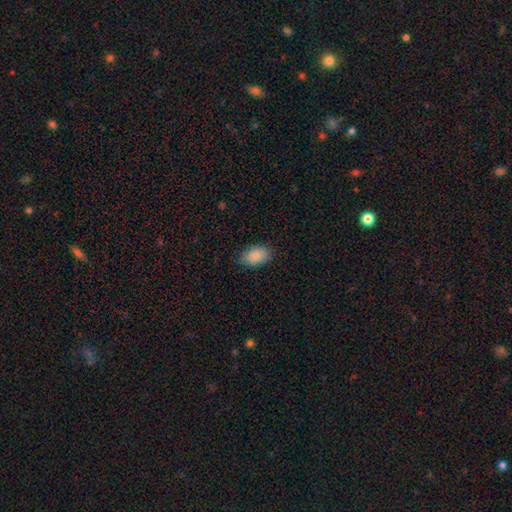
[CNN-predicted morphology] Overall: smooth (86%). How rounded: in between (91%). Merging: none (85%).